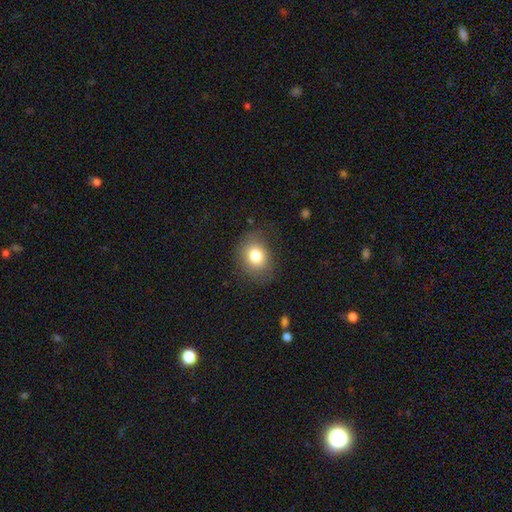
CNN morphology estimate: smooth_or_featured: smooth (p=0.78) [alt: featured or disk p=0.11]
how_rounded: round (p=0.52) [alt: in between p=0.47]
merging: none (p=0.76) [alt: minor disturbance p=0.17]